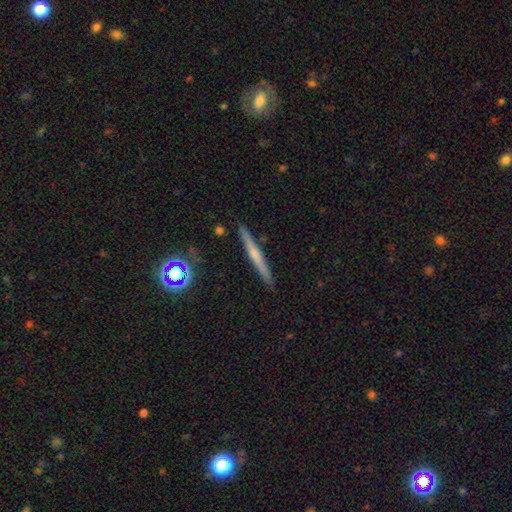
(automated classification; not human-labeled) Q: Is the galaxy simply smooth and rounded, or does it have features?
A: featured or disk — 50%.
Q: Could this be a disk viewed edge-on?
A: yes — 97%.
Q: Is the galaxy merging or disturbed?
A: none — 90%.